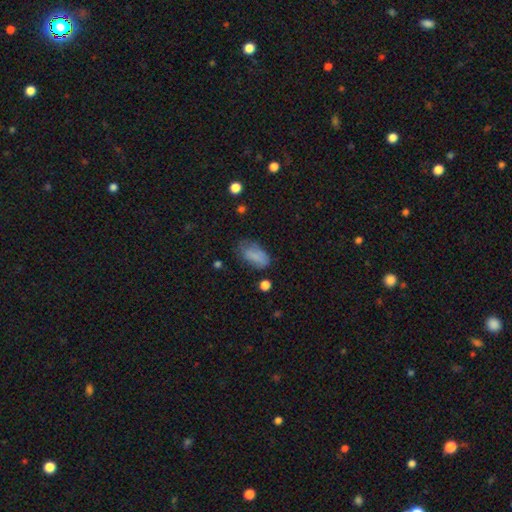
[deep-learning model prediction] Morphology: type=smooth (80%); roundness=in between (92%); merging=none (52%).